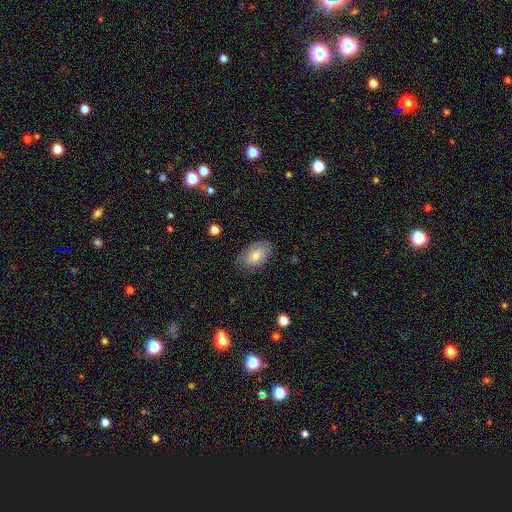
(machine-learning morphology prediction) type=smooth (71%); roundness=in between (89%); merging=none (74%).